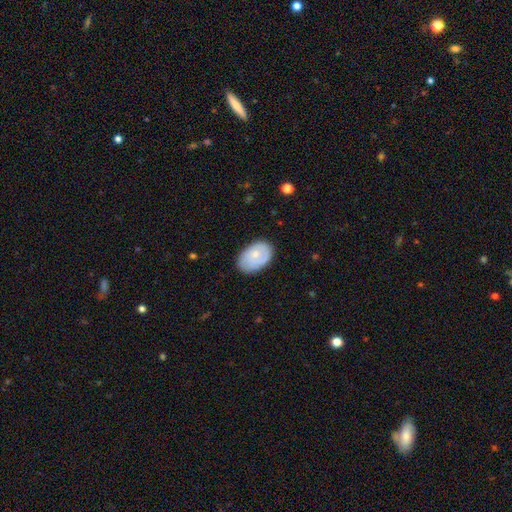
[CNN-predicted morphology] type=smooth (60%); roundness=in between (87%); merging=none (78%).